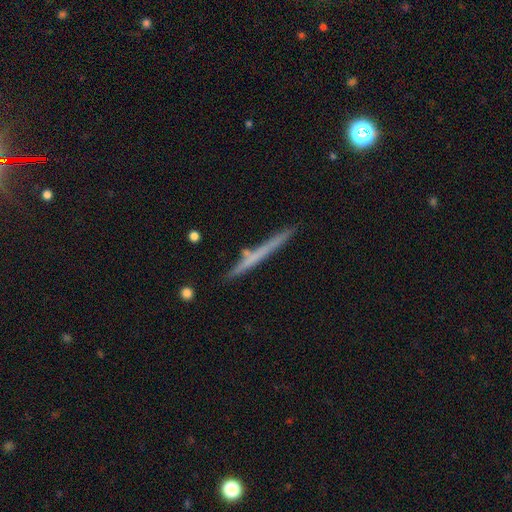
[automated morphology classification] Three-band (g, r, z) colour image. It shows a smooth galaxy with no disk features (47%, tied with featured or disk). Merging: none (85%).